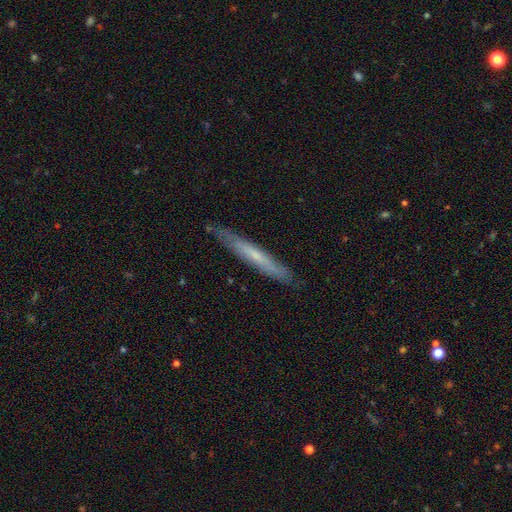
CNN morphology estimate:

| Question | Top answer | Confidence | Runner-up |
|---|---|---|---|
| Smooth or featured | featured or disk | 49% | smooth (45%) |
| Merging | none | 85% | minor disturbance (12%) |